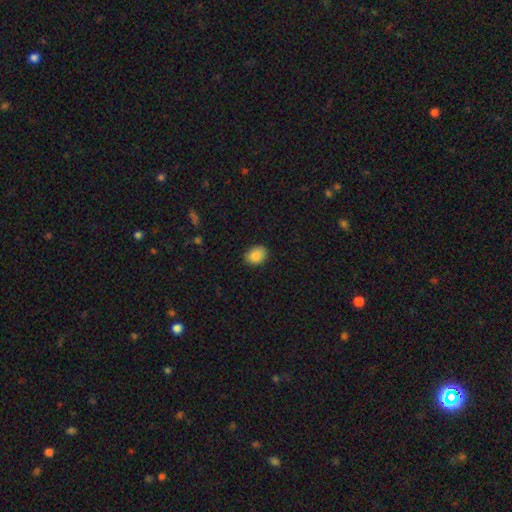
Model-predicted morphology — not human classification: This is clearly a smooth galaxy (87%). How rounded: likely in between (63%). Merging: clearly none (86%).